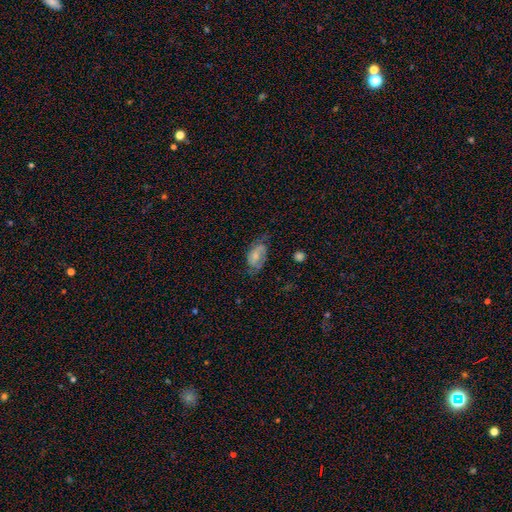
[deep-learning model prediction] A smooth galaxy with no disk features (47%).

Vote fractions:
- Smooth or featured? smooth: 47% / featured or disk: 44% / star or artifact: 8%
- Merging? none: 47% / minor disturbance: 32% / major disturbance: 19% / merger: 2%